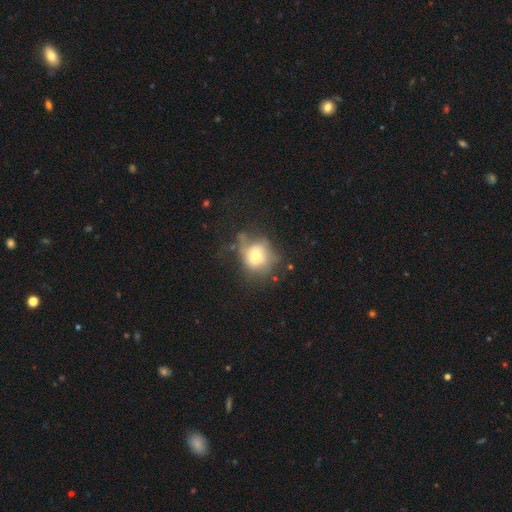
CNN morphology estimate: A smooth galaxy with no disk features (61%) that is round (71%).

Vote fractions:
- Smooth or featured? smooth: 61% / featured or disk: 28% / star or artifact: 12%
- How rounded? round: 71% / in between: 28% / cigar-shaped: 1%
- Merging? none: 40% / minor disturbance: 28% / major disturbance: 26% / merger: 5%